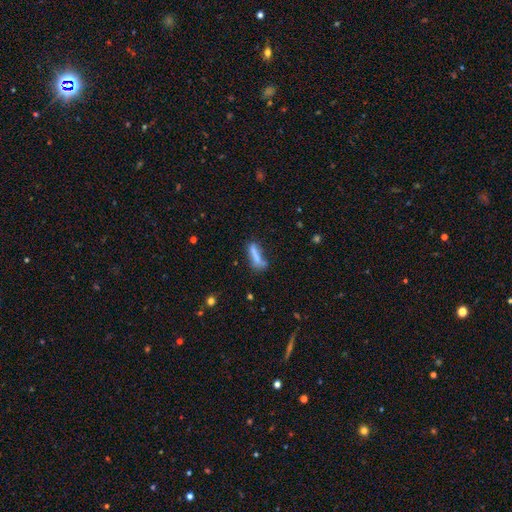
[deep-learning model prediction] This is likely a smooth galaxy (69%). How rounded: likely cigar-shaped (65%). Merging: possibly none (45%).